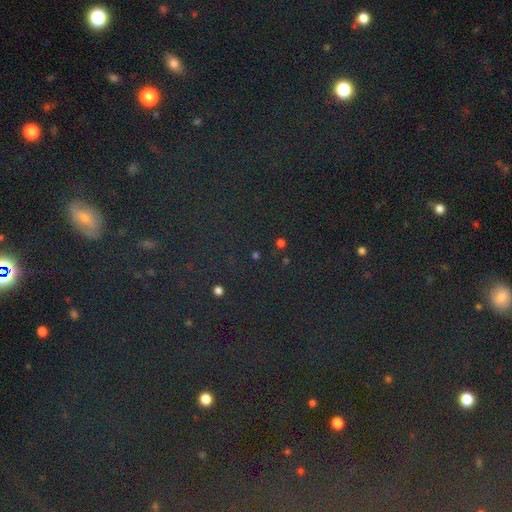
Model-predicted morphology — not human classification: Smooth or featured? Predicted: star or artifact (p=0.72).